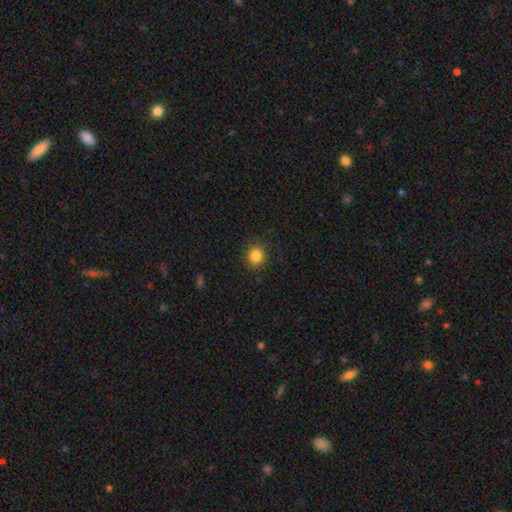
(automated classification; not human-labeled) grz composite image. It shows a smooth galaxy with no disk features (84%) that is round (83%). Merging: none (89%).